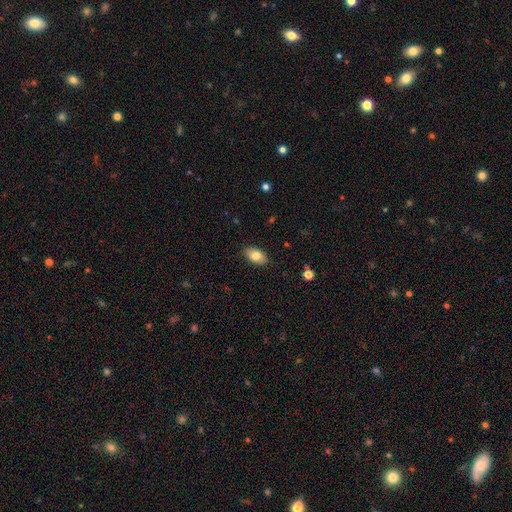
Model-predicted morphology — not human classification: Smooth or featured?
  - smooth: 80% *
  - featured or disk: 12%
  - star or artifact: 8%
How rounded?
  - in between: 91% *
  - round: 8%
  - cigar-shaped: 2%
Merging?
  - none: 87% *
  - minor disturbance: 10%
  - major disturbance: 2%
  - merger: 1%